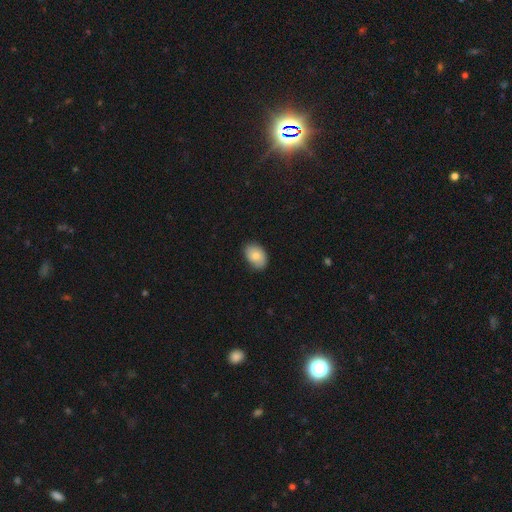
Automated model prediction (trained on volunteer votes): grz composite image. It shows a smooth galaxy with no disk features (83%) that is in between round and cigar-shaped (84%). Merging: none (81%).